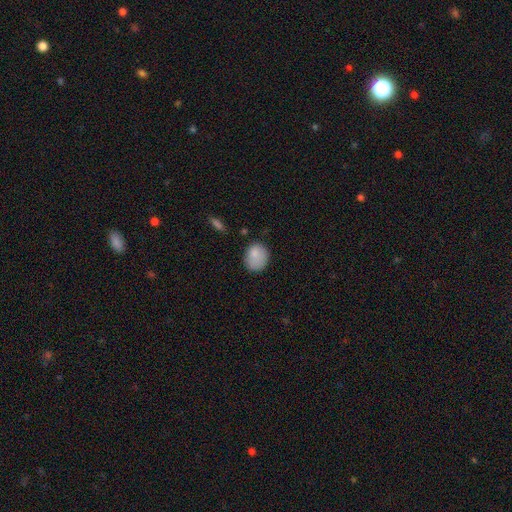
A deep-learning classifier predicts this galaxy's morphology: Smooth or featured? smooth (84%)
How rounded? round (52%)
Merging? none (65%)